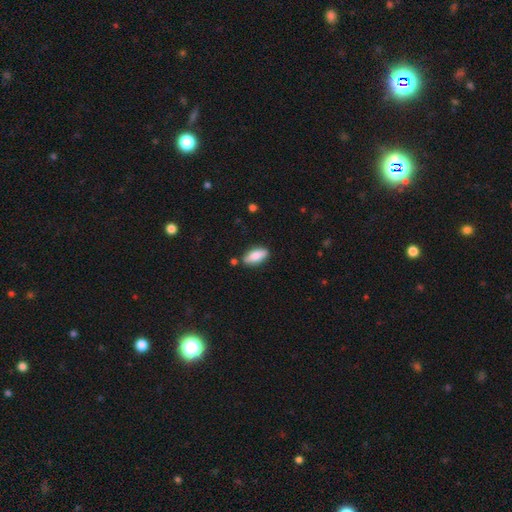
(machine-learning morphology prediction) This appears to be a smooth galaxy with no disk features (78%) that is in between round and cigar-shaped (78%). Merging: none (83%).